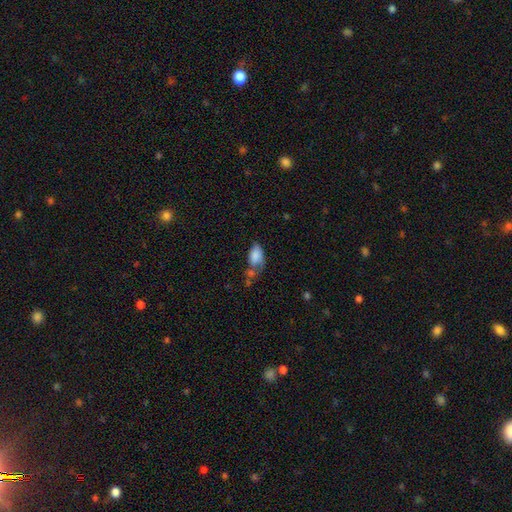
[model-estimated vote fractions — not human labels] This is likely a smooth galaxy (79%). How rounded: clearly in between (92%). Merging: marginally none (29%).